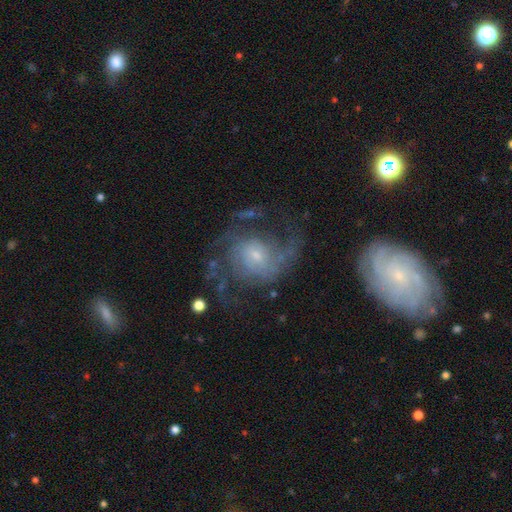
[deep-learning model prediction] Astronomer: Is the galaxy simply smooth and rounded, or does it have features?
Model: featured or disk — 82%.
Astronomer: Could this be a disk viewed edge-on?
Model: no — 97%.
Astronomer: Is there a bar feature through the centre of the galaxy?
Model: no — 64%.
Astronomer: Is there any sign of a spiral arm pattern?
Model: yes — 92%.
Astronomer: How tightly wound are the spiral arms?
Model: medium — 46% (runner-up: tight, 28%).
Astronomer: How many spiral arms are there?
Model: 2 — 48%.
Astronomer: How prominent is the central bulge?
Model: small — 70%.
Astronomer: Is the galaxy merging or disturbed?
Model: none — 57%.